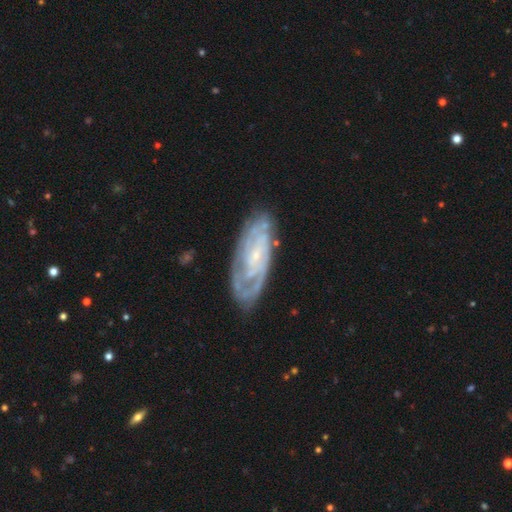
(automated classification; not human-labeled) smooth_or_featured: featured or disk (p=0.81) [alt: smooth p=0.13]
disk_edge_on: no (p=0.91) [alt: yes p=0.09]
bar: no (p=0.57) [alt: weak p=0.33]
has_spiral_arms: yes (p=0.92) [alt: no p=0.08]
spiral_winding: tight (p=0.66) [alt: medium p=0.27]
spiral_arm_count: can't tell (p=0.41) [alt: 2 p=0.27]
bulge_size: small (p=0.77) [alt: moderate p=0.14]
merging: none (p=0.75) [alt: minor disturbance p=0.17]